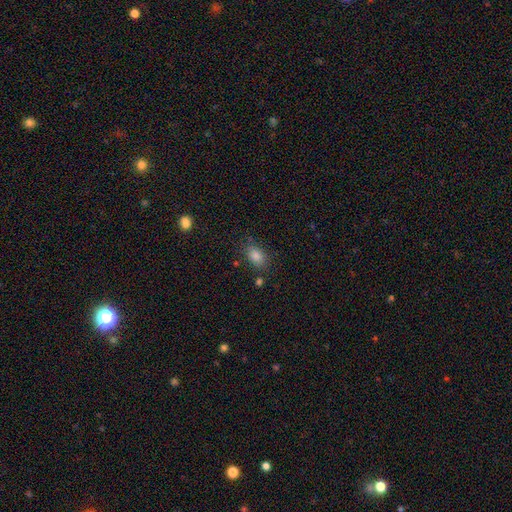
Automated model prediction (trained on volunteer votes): Smooth or featured? smooth (81%)
How rounded? in between (79%)
Merging? none (78%)